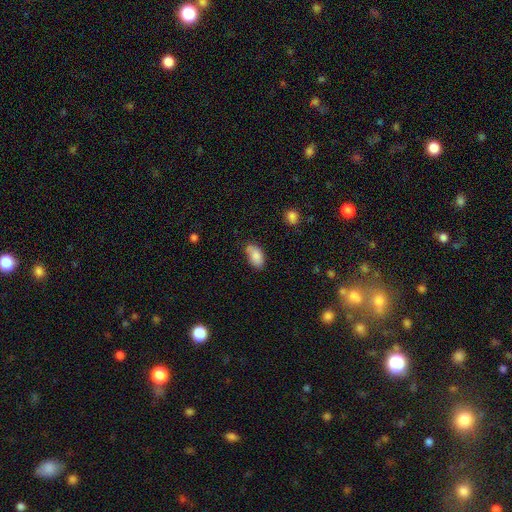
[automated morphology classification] A smooth galaxy with no disk features (86%) that is in between round and cigar-shaped (93%).

Vote fractions:
- Smooth or featured? smooth: 86% / star or artifact: 7% / featured or disk: 7%
- How rounded? in between: 93% / cigar-shaped: 3% / round: 3%
- Merging? none: 65% / minor disturbance: 27% / major disturbance: 5% / merger: 3%